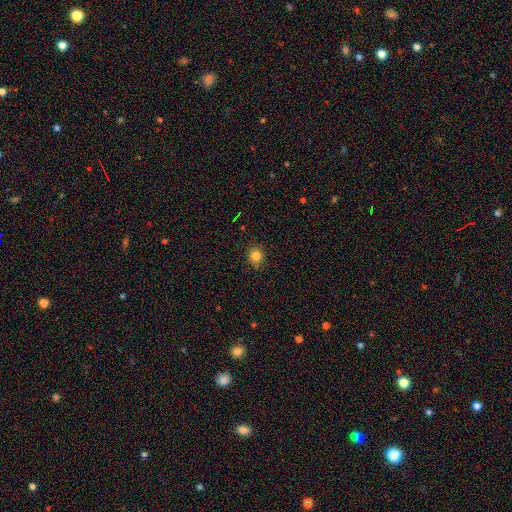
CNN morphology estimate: Smooth or featured: smooth — 82% (star or artifact — 13%)
How rounded: round — 85% (in between — 14%)
Merging: none — 86% (minor disturbance — 10%)